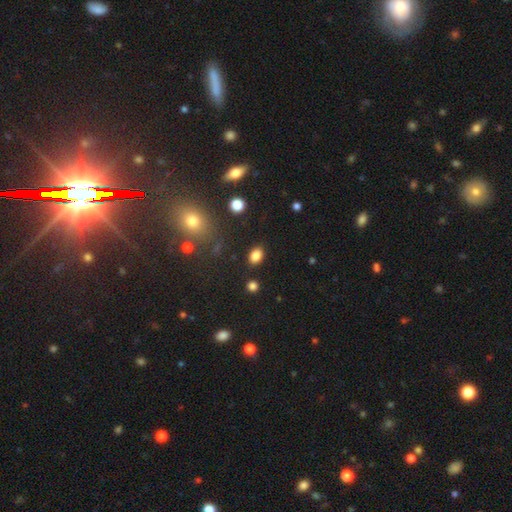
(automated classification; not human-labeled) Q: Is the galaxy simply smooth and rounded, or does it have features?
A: smooth — 84%.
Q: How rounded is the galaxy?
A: in between — 79%.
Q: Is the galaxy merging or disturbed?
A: none — 86%.